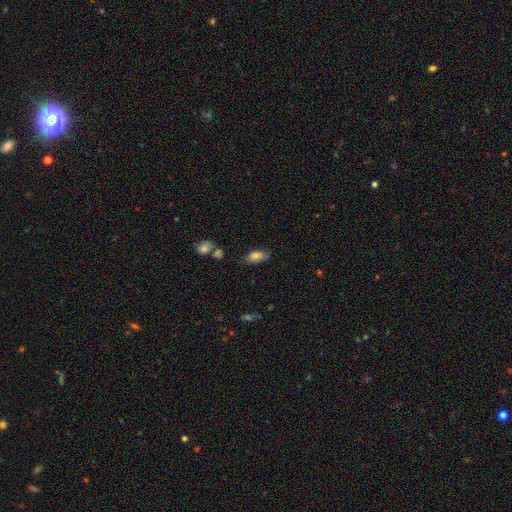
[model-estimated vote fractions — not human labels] Smooth or featured?
  - smooth: 78% *
  - featured or disk: 13%
  - star or artifact: 8%
How rounded?
  - in between: 89% *
  - cigar-shaped: 8%
  - round: 3%
Merging?
  - none: 72% *
  - minor disturbance: 20%
  - major disturbance: 5%
  - merger: 4%